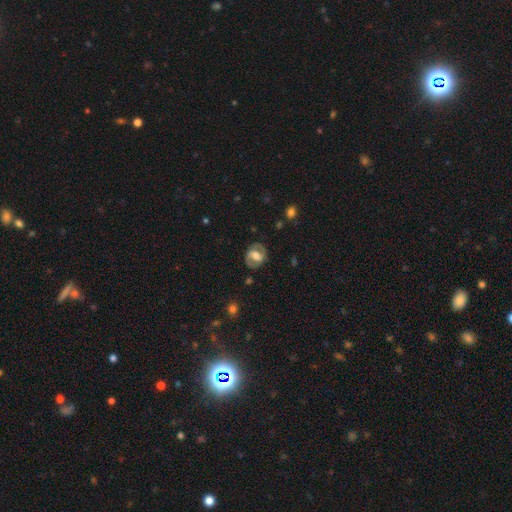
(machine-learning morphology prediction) Smooth or featured? featured or disk (65%)
Edge-on disk? no (96%)
Bar? weak (42%)
Spiral arms? yes (74%)
Bulge size? moderate (49%)
Merging? none (78%)